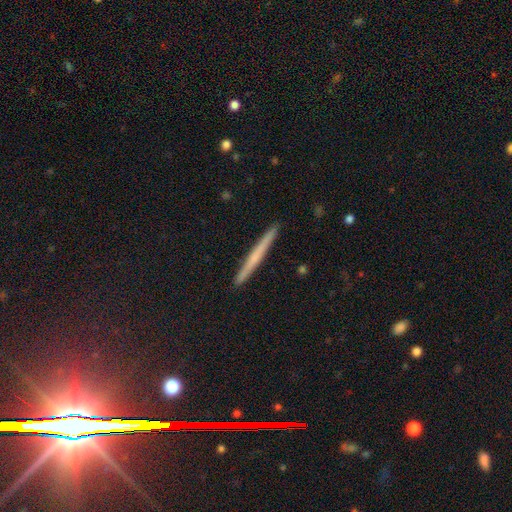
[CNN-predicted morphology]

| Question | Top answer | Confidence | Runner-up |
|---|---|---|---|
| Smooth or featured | smooth | 48% | featured or disk (44%) |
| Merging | none | 93% | minor disturbance (5%) |